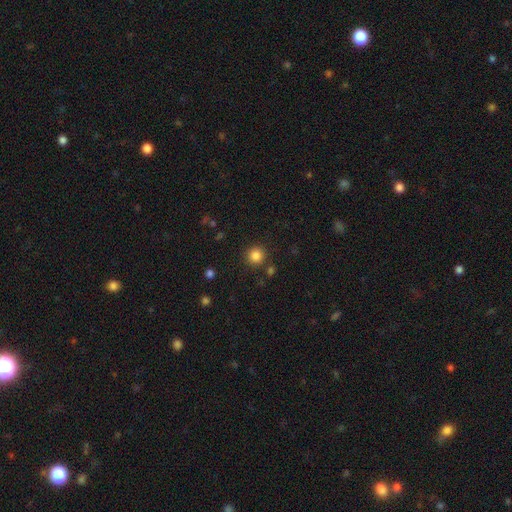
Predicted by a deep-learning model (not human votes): Morphology: type=smooth (84%); roundness=round (93%); merging=none (87%).